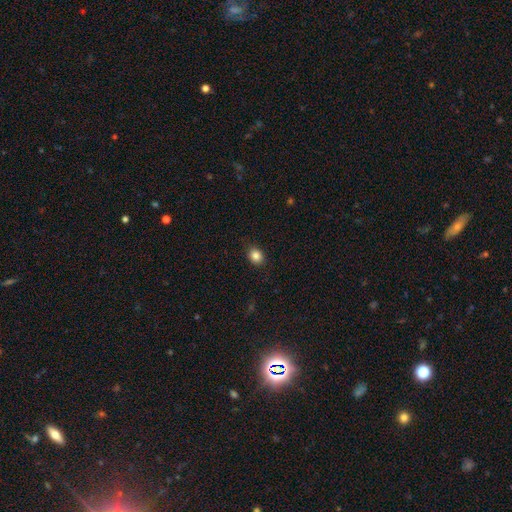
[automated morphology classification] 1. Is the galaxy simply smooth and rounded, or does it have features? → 85% smooth, 10% star or artifact, 5% featured or disk.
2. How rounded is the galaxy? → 51% round, 48% in between, 1% cigar-shaped.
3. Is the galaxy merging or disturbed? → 88% none, 9% minor disturbance, 2% major disturbance, 1% merger.